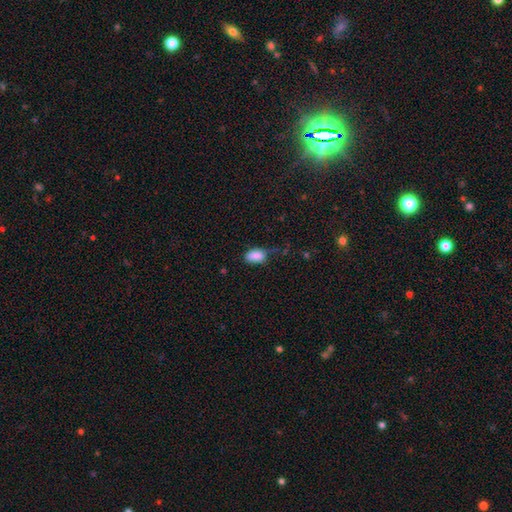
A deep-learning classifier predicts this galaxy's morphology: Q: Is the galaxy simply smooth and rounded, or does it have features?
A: smooth — 86%.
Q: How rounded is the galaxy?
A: in between — 91%.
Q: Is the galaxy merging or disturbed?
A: none — 51%.